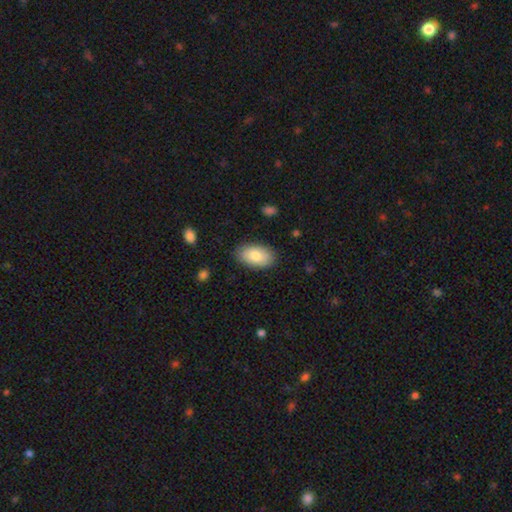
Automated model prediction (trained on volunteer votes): Q: Smooth or featured?
A: smooth (82%); runner-up: featured or disk (12%)
Q: How rounded?
A: in between (94%); runner-up: round (5%)
Q: Merging?
A: none (86%); runner-up: minor disturbance (10%)